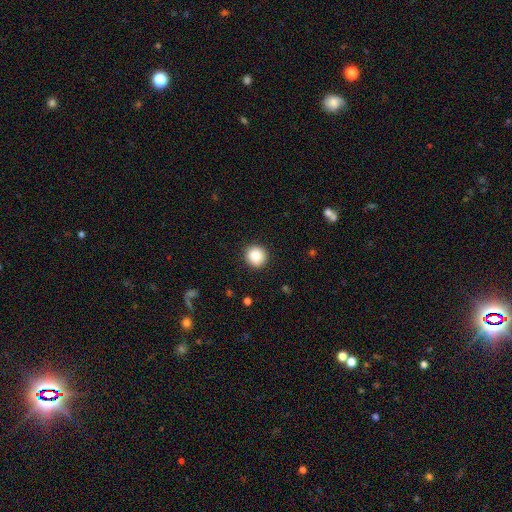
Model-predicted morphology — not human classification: Smooth or featured: smooth — 86% (star or artifact — 9%)
How rounded: round — 94% (in between — 5%)
Merging: none — 91% (minor disturbance — 6%)